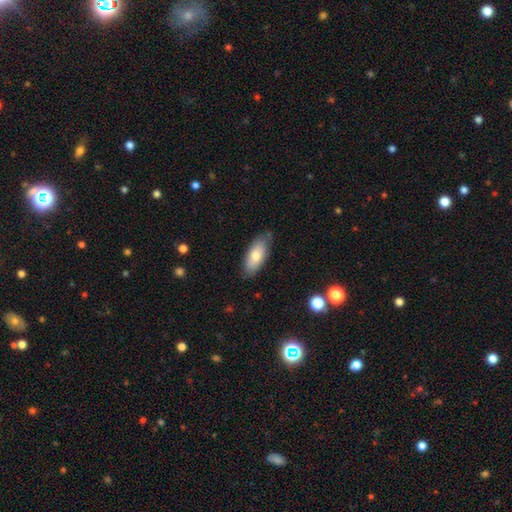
Overall: smooth (71%). How rounded: in between (81%). Merging: none (83%).